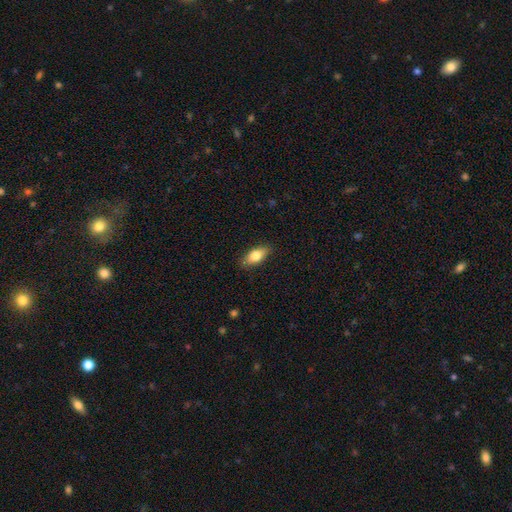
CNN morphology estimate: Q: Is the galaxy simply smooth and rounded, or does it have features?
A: smooth — 75%.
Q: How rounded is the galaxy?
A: in between — 83%.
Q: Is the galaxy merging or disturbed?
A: none — 86%.